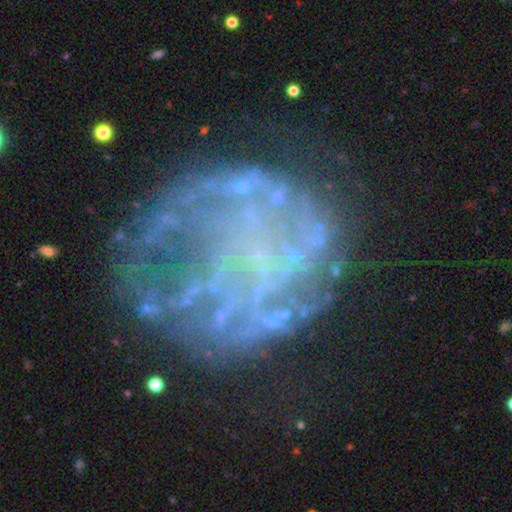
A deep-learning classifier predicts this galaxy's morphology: Q: Smooth or featured?
A: featured or disk (68%); runner-up: smooth (16%)
Q: Edge-on disk?
A: no (98%); runner-up: yes (2%)
Q: Bar?
A: no (88%); runner-up: weak (9%)
Q: Spiral arms?
A: no (71%); runner-up: yes (29%)
Q: Bulge size?
A: none (81%); runner-up: small (12%)
Q: Merging?
A: none (54%); runner-up: major disturbance (25%)